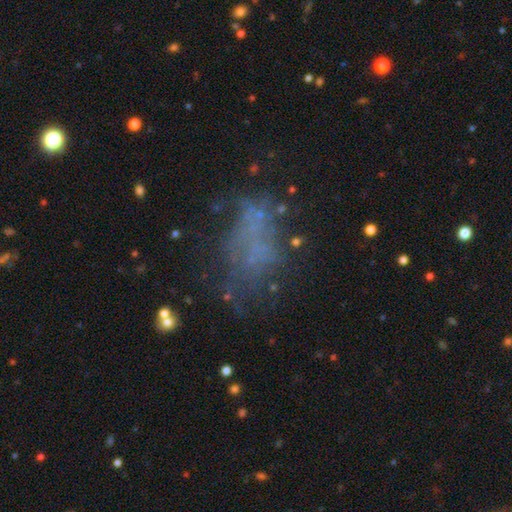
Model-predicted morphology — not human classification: Smooth or featured? Predicted: featured or disk (p=0.40). Merging? Predicted: none (p=0.42).